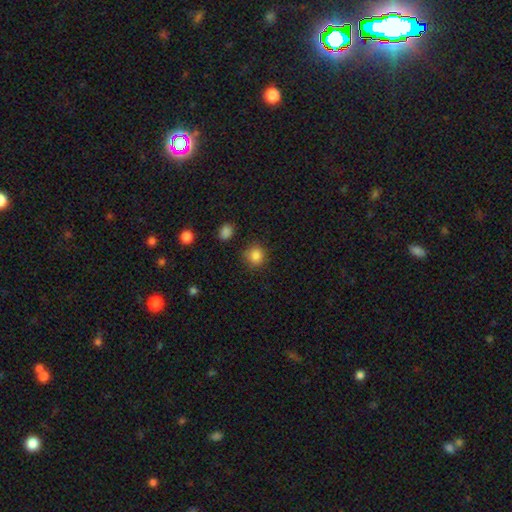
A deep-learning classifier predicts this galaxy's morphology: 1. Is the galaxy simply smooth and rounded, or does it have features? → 85% smooth, 11% star or artifact, 4% featured or disk.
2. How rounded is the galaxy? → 90% round, 9% in between, 1% cigar-shaped.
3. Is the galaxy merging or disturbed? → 86% none, 9% minor disturbance, 3% major disturbance, 2% merger.